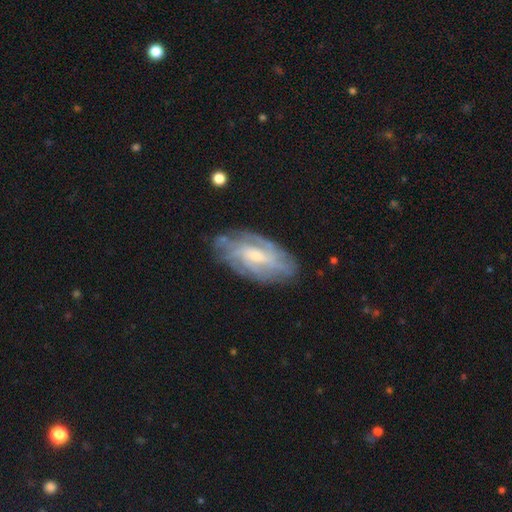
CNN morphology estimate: Smooth or featured?
  - featured or disk: 79% *
  - smooth: 15%
  - star or artifact: 6%
Edge-on disk?
  - no: 93% *
  - yes: 7%
Bar?
  - no: 48% *
  - weak: 43%
  - strong: 9%
Spiral arms?
  - yes: 90% *
  - no: 10%
Spiral winding?
  - tight: 56% *
  - medium: 33%
  - loose: 11%
Spiral arm count?
  - can't tell: 46% *
  - 4: 16%
  - 2: 14%
  - 3: 13%
  - more than 4: 6%
  - 1: 5%
Bulge size?
  - small: 53% *
  - moderate: 39%
  - none: 4%
  - large: 3%
  - dominant: 1%
Merging?
  - none: 75% *
  - minor disturbance: 18%
  - major disturbance: 6%
  - merger: 2%